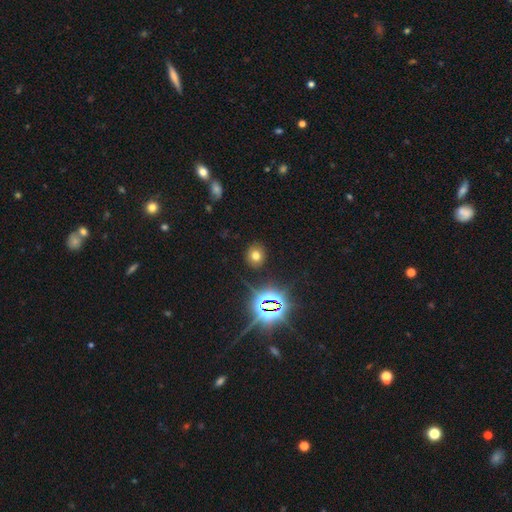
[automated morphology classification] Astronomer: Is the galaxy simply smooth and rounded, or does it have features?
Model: smooth — 65%.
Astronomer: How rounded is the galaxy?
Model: round — 74%.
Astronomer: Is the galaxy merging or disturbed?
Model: none — 87%.